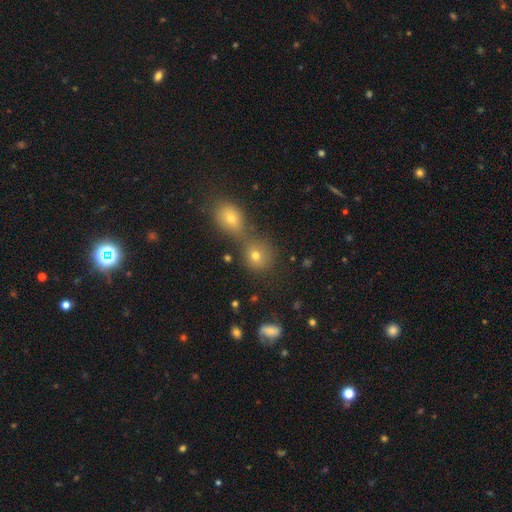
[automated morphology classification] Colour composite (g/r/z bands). It shows a smooth galaxy with no disk features (69%) that is round (79%). Merging: none (48%).